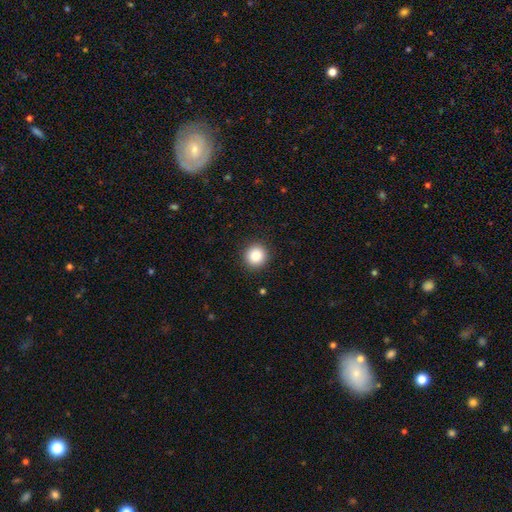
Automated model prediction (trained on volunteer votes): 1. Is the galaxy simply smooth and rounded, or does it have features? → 86% smooth, 10% star or artifact, 4% featured or disk.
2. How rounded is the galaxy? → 94% round, 6% in between, 1% cigar-shaped.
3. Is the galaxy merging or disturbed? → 92% none, 5% minor disturbance, 2% major disturbance, 1% merger.